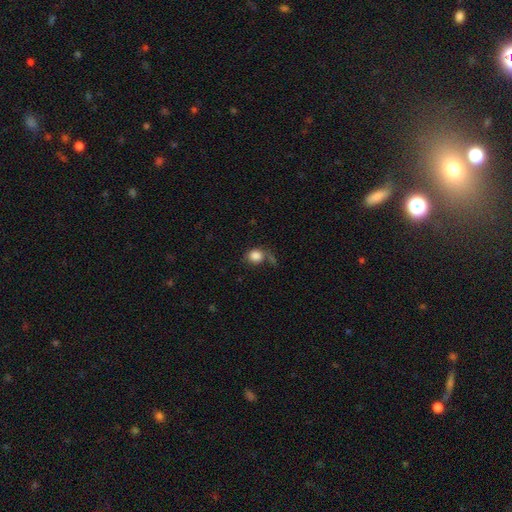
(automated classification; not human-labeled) A smooth galaxy with no disk features (84%) that is round (74%).

Vote fractions:
- Smooth or featured? smooth: 84% / star or artifact: 9% / featured or disk: 7%
- How rounded? round: 74% / in between: 25% / cigar-shaped: 1%
- Merging? none: 48% / minor disturbance: 21% / major disturbance: 19% / merger: 13%